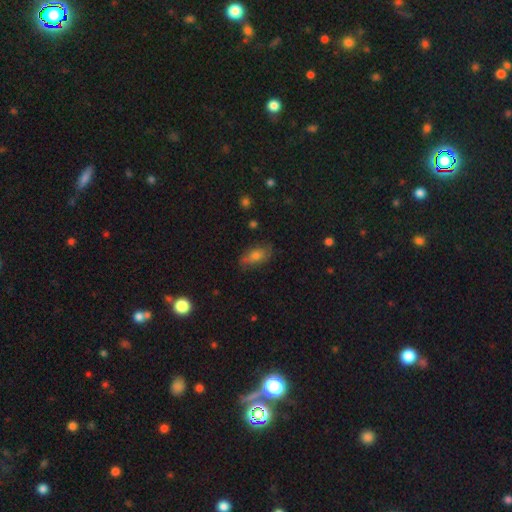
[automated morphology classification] A smooth galaxy with no disk features (62%) that is in between round and cigar-shaped (83%). Merging: none (68%).